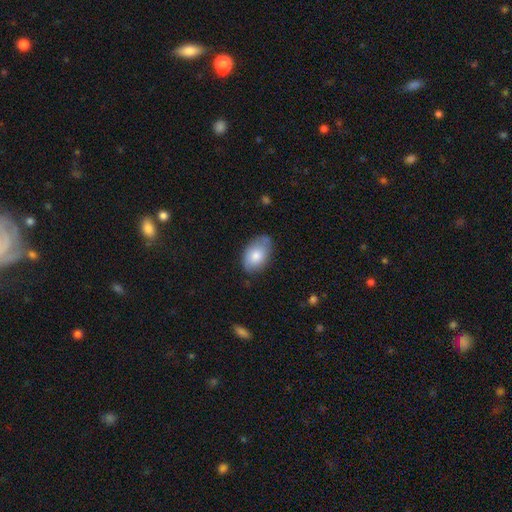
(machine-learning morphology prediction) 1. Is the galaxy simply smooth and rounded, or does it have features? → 79% smooth, 15% featured or disk, 6% star or artifact.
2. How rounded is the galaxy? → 91% in between, 8% round, 1% cigar-shaped.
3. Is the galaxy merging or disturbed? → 67% none, 25% minor disturbance, 5% major disturbance, 3% merger.